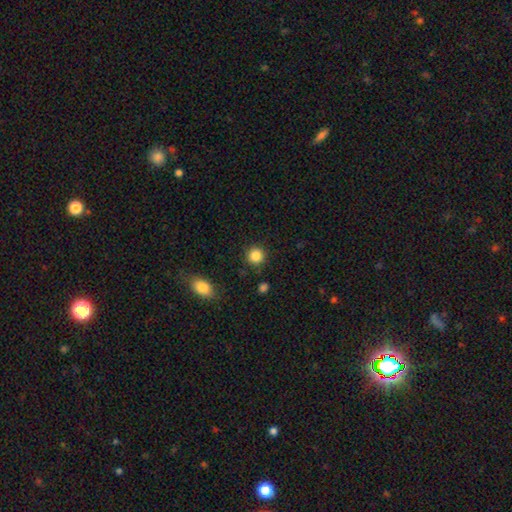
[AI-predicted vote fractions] Overall: smooth (86%). How rounded: round (92%). Merging: none (89%).